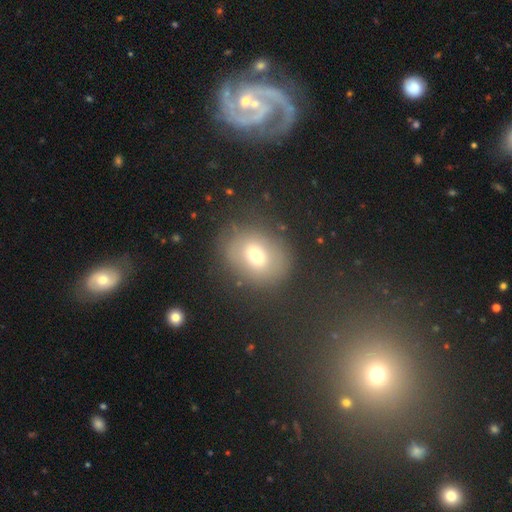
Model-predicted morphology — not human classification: type=smooth (63%); roundness=round (57%); merging=none (77%).